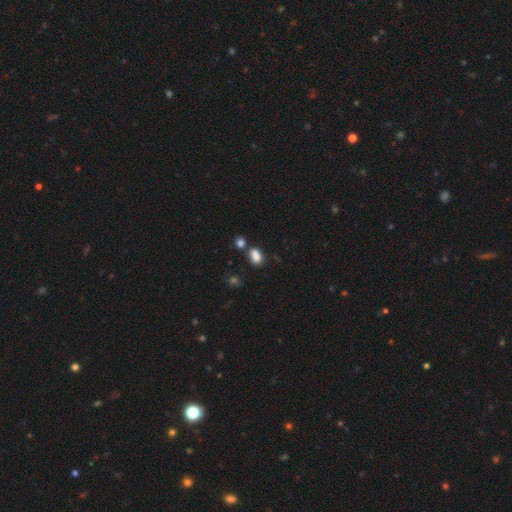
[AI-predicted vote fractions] smooth-or-featured: smooth: 84% | star or artifact: 11% | featured or disk: 5%
  how-rounded: in between: 81% | round: 15% | cigar-shaped: 3%
  merging: none: 59% | merger: 22% | minor disturbance: 15% | major disturbance: 4%